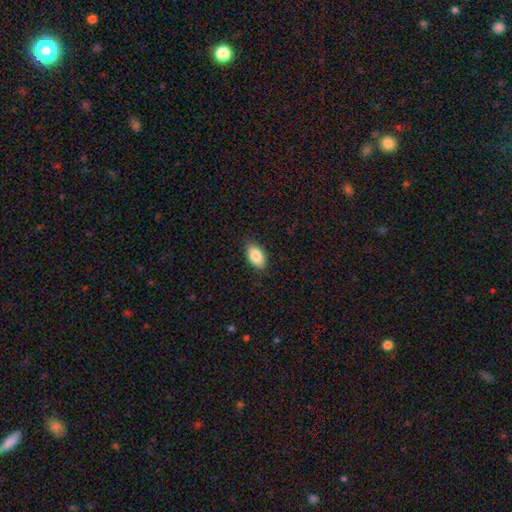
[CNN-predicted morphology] type=smooth (86%); roundness=in between (93%); merging=none (85%).